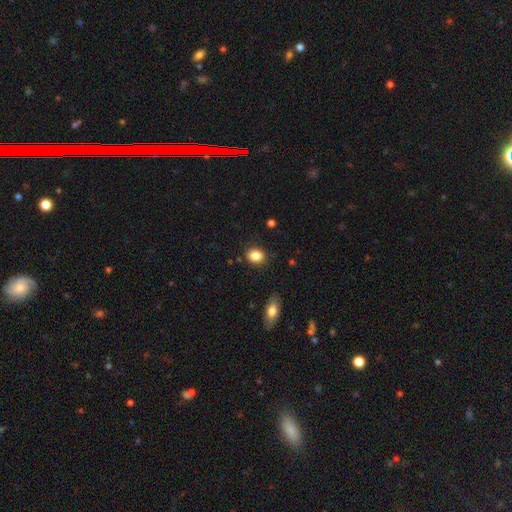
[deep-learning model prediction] This is clearly a smooth galaxy (85%). How rounded: possibly in between (54%). Merging: clearly none (86%).